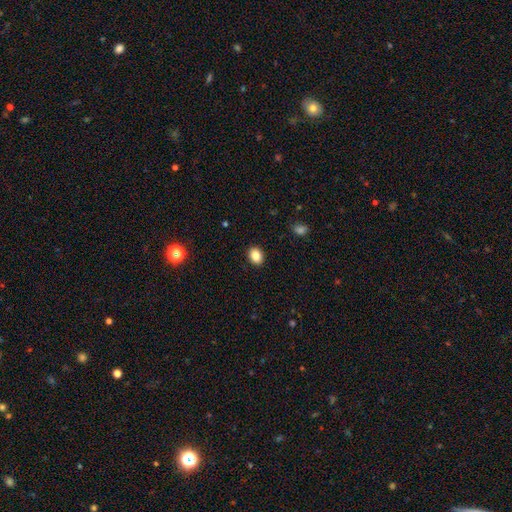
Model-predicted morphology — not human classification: This appears to be a smooth galaxy with no disk features (86%) that is in between round and cigar-shaped (55%). Merging: none (90%).